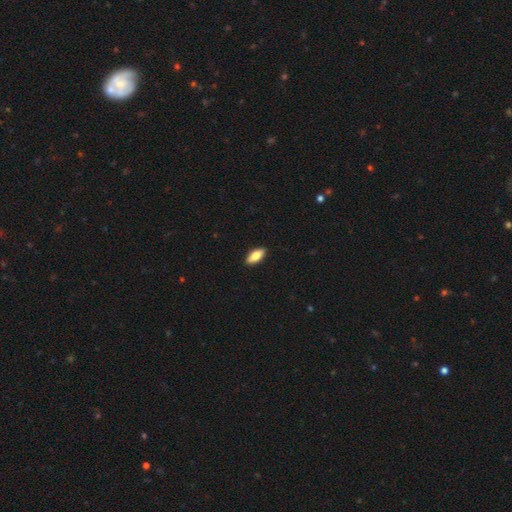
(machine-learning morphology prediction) This is likely a smooth galaxy (75%). How rounded: clearly in between (82%). Merging: clearly none (90%).